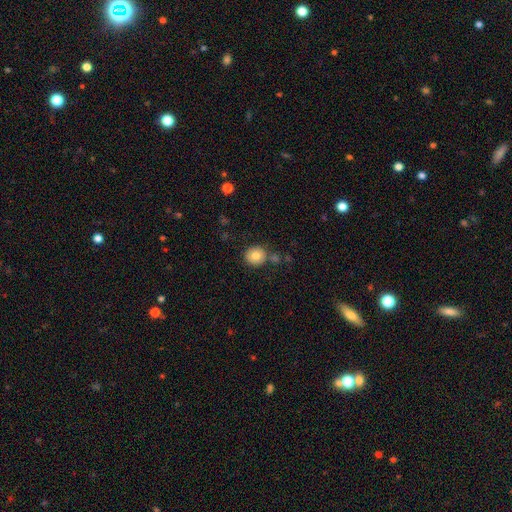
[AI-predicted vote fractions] This appears to be a smooth galaxy with no disk features (78%) that is round (88%). Merging: none (78%).